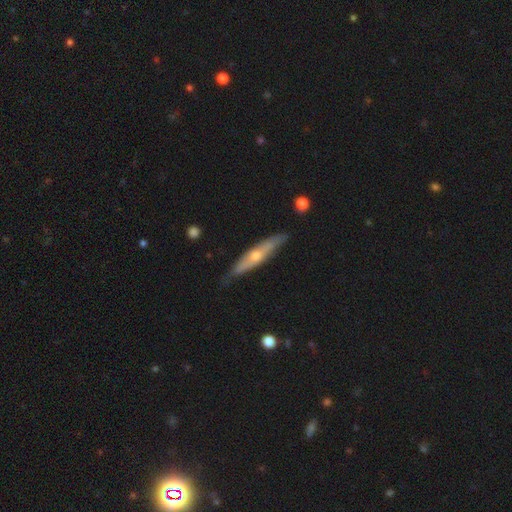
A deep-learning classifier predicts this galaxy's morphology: The model was most divided on "smooth or featured": featured or disk: 59%, smooth: 35%, star or artifact: 5%. More confident: edge-on disk — yes (86%); edge-on bulge — rounded (82%); merging — none (80%).